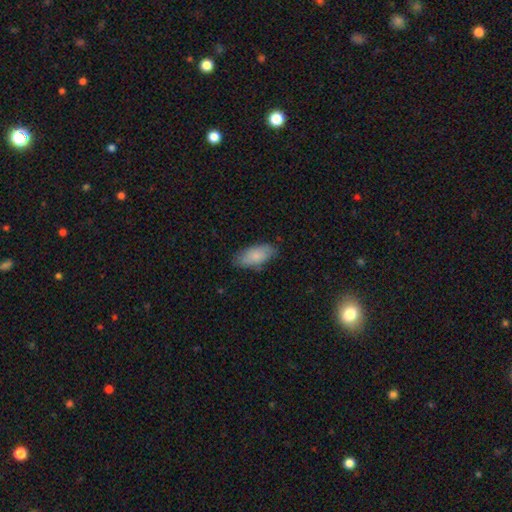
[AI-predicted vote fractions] This is clearly a smooth galaxy (82%). How rounded: clearly in between (90%). Merging: likely none (78%).